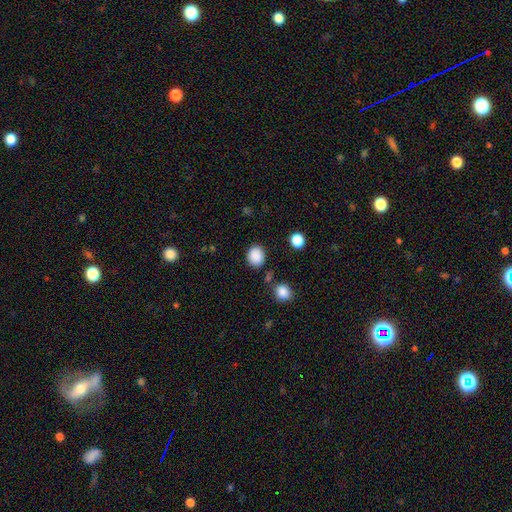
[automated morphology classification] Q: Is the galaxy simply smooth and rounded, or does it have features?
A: smooth — 87%.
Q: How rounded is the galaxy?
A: round — 69%.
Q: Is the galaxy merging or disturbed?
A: none — 82%.